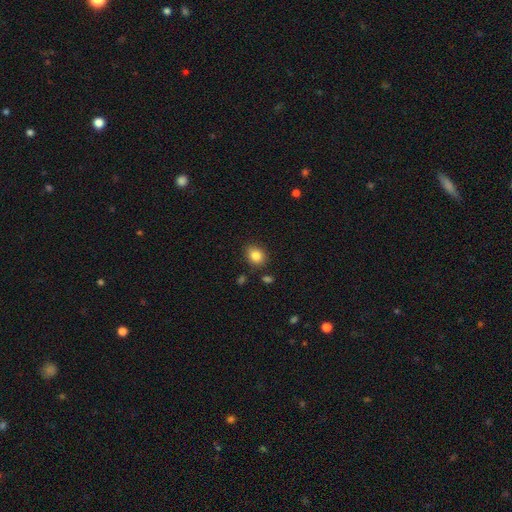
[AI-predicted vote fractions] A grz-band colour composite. It shows a smooth galaxy with no disk features (85%) that is round (51%). Merging: none (82%).